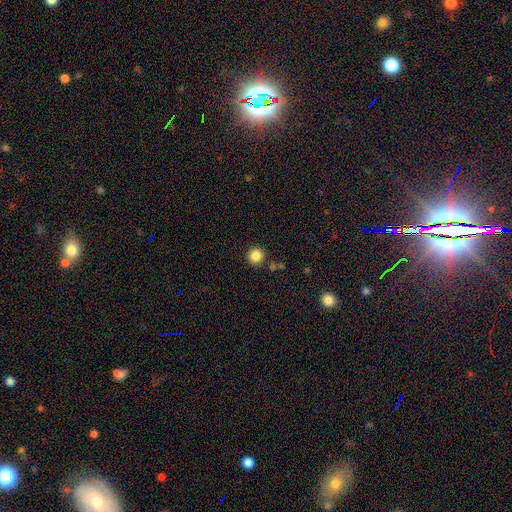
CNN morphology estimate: Smooth or featured? smooth (85%)
How rounded? round (95%)
Merging? none (89%)